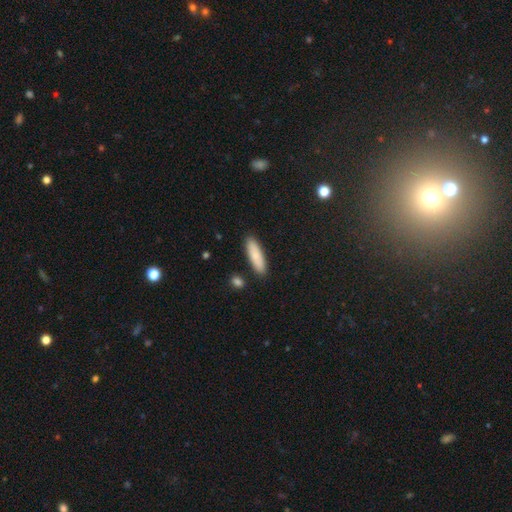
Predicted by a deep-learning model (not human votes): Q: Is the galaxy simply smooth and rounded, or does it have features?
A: smooth — 85%.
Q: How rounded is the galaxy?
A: cigar-shaped — 62%.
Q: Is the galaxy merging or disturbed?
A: none — 88%.